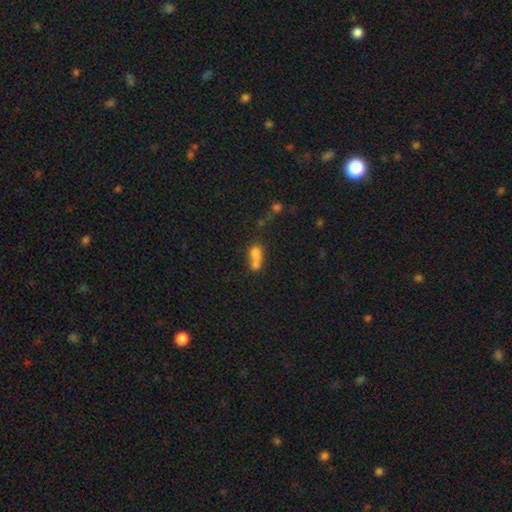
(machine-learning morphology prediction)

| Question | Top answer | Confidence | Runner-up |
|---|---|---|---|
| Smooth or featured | smooth | 68% | featured or disk (19%) |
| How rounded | in between | 62% | round (32%) |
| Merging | merger | 57% | none (24%) |